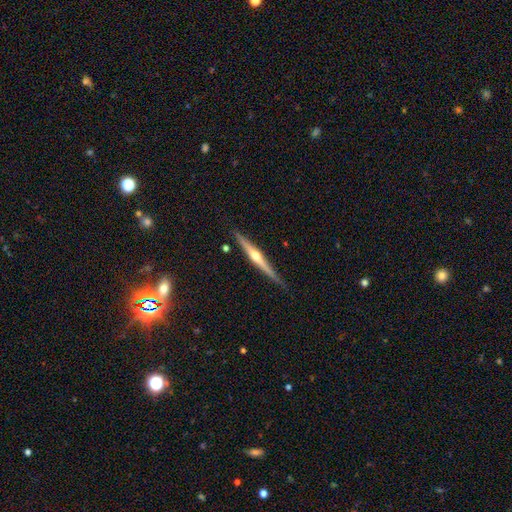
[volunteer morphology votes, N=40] Smooth or featured? featured or disk (80%)
Edge-on disk? yes (97%)
Edge-on bulge? rounded (94%)
Merging? none (69%)